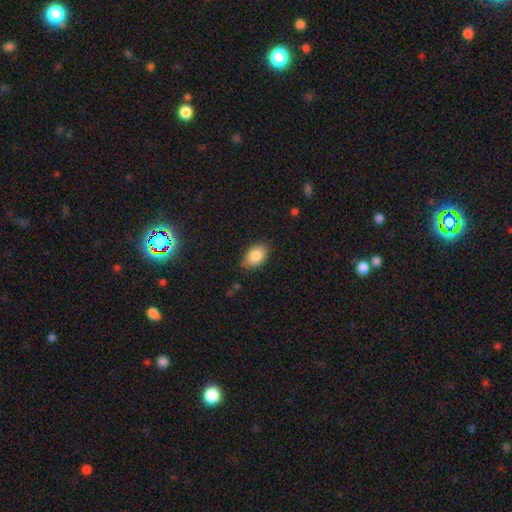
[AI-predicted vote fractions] Q: Smooth or featured?
A: smooth (84%); runner-up: featured or disk (8%)
Q: How rounded?
A: in between (89%); runner-up: round (10%)
Q: Merging?
A: none (80%); runner-up: minor disturbance (16%)